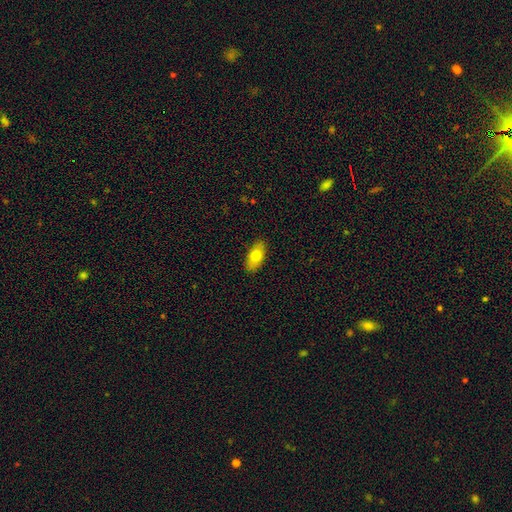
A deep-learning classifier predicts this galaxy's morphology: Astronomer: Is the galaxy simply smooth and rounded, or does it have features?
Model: smooth — 75%.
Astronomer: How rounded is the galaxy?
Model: in between — 90%.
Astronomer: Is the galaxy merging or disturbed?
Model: none — 88%.